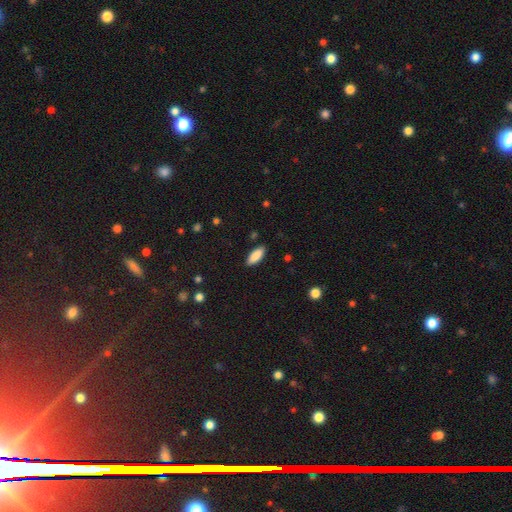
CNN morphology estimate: This appears to be a smooth galaxy with no disk features (88%) that is in between round and cigar-shaped (78%). Merging: none (88%).